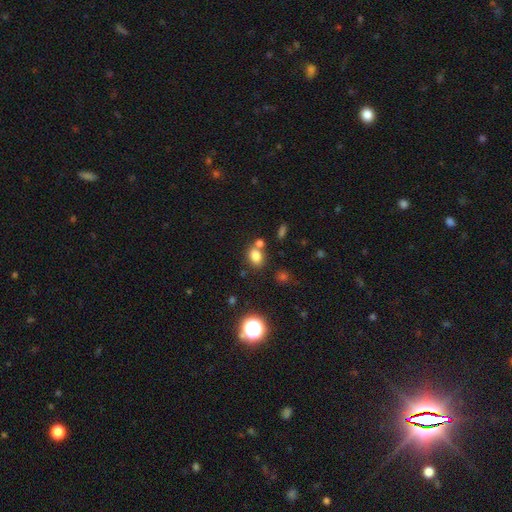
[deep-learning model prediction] smooth-or-featured: smooth: 78% | star or artifact: 15% | featured or disk: 8%
  how-rounded: in between: 63% | round: 35% | cigar-shaped: 1%
  merging: none: 61% | merger: 23% | minor disturbance: 12% | major disturbance: 4%